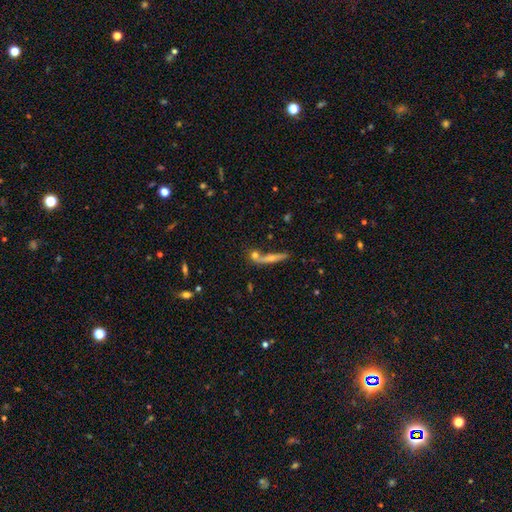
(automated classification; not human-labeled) A featured or disk galaxy (44%). Merging: none (58%).